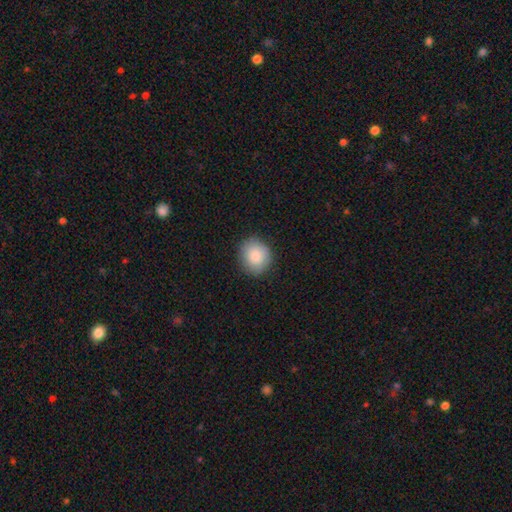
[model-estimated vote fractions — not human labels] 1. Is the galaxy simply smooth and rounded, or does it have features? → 86% smooth, 7% star or artifact, 7% featured or disk.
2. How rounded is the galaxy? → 79% round, 20% in between, 1% cigar-shaped.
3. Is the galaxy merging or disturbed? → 86% none, 11% minor disturbance, 3% major disturbance, 1% merger.